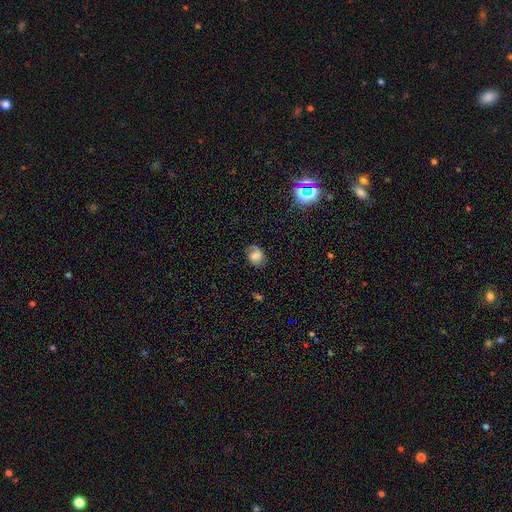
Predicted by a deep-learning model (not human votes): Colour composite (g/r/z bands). It shows a smooth galaxy with no disk features (64%) that is round (51%). Merging: none (65%).